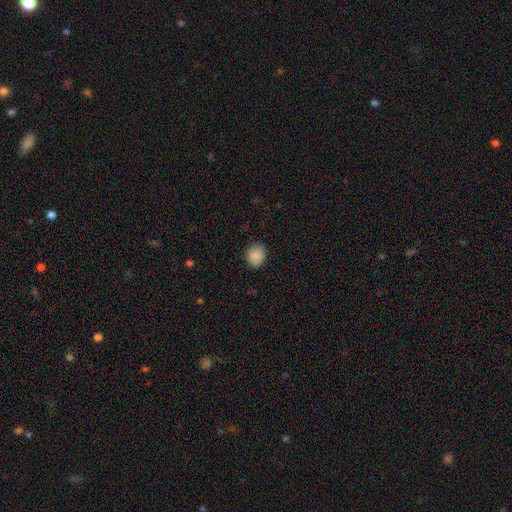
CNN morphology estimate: smooth-or-featured: smooth: 88% | star or artifact: 8% | featured or disk: 4%
  how-rounded: round: 73% | in between: 26% | cigar-shaped: 1%
  merging: none: 85% | minor disturbance: 12% | major disturbance: 3% | merger: 1%